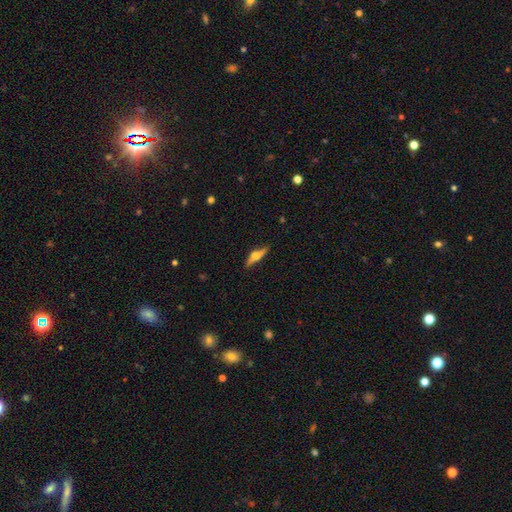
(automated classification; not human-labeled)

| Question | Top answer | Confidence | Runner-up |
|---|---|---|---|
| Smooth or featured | featured or disk | 63% | smooth (30%) |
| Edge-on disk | yes | 95% | no (5%) |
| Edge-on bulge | rounded | 92% | boxy (6%) |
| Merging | none | 83% | minor disturbance (13%) |